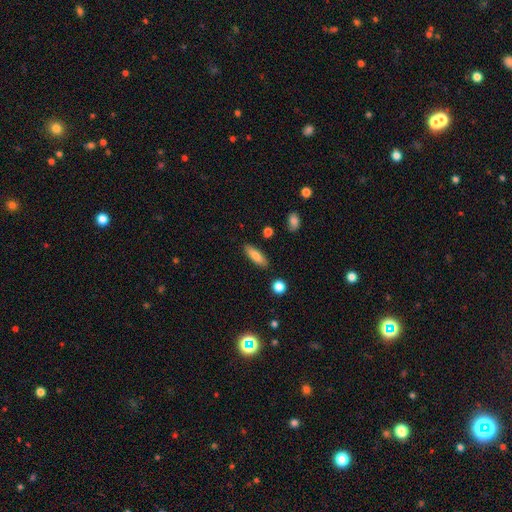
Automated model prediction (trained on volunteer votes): This is likely a smooth galaxy (79%). How rounded: possibly in between (50%). Merging: clearly none (85%).